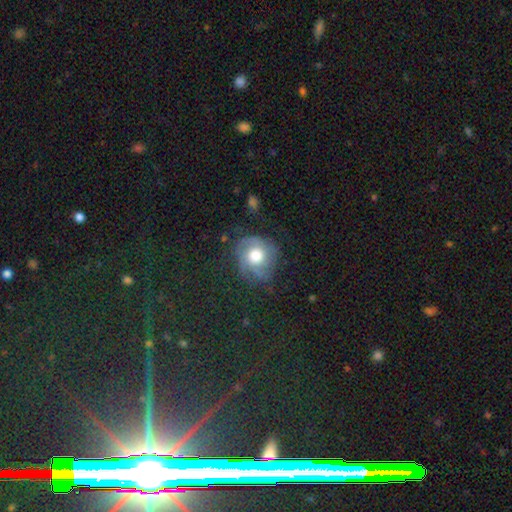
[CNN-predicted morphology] featured or disk 51%, smooth 38%, star or artifact 11%. Down the decision tree: edge-on disk — no (97%); merging — none (59%).